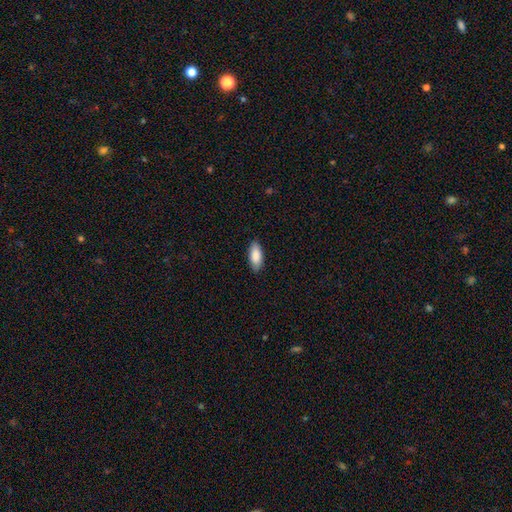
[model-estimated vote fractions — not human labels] Smooth or featured: smooth — 88% (featured or disk — 6%)
How rounded: in between — 85% (cigar-shaped — 13%)
Merging: none — 87% (minor disturbance — 10%)